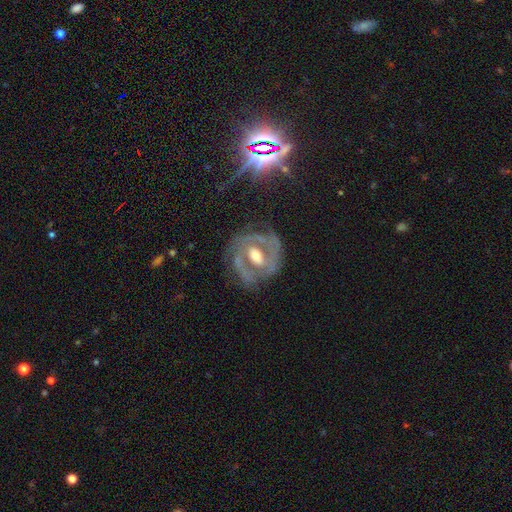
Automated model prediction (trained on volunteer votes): A featured or disk galaxy (81%) with a weak bar (41%), 2 (44%) tight (53%) spiral arms (75%) and a moderate central bulge (70%).

Vote fractions:
- Smooth or featured? featured or disk: 81% / smooth: 13% / star or artifact: 7%
- Edge-on disk? no: 95% / yes: 5%
- Bar? weak: 41% / no: 34% / strong: 25%
- Spiral arms? yes: 75% / no: 25%
- Spiral winding? tight: 53% / medium: 34% / loose: 13%
- Spiral arm count? 2: 44% / can't tell: 28% / 3: 12% / 1: 7% / 4: 4% / more than 4: 4%
- Bulge size? moderate: 70% / large: 14% / small: 13% / none: 2% / dominant: 1%
- Merging? none: 65% / minor disturbance: 20% / major disturbance: 13% / merger: 2%